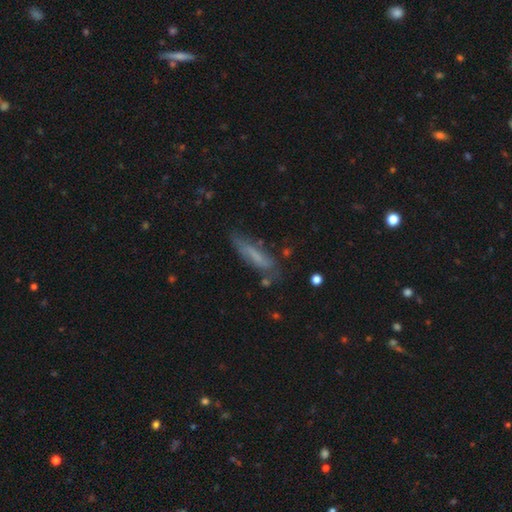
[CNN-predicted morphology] smooth-or-featured: smooth: 59% | featured or disk: 31% | star or artifact: 9%
  how-rounded: cigar-shaped: 77% | in between: 22% | round: 2%
  merging: none: 63% | minor disturbance: 24% | major disturbance: 9% | merger: 4%